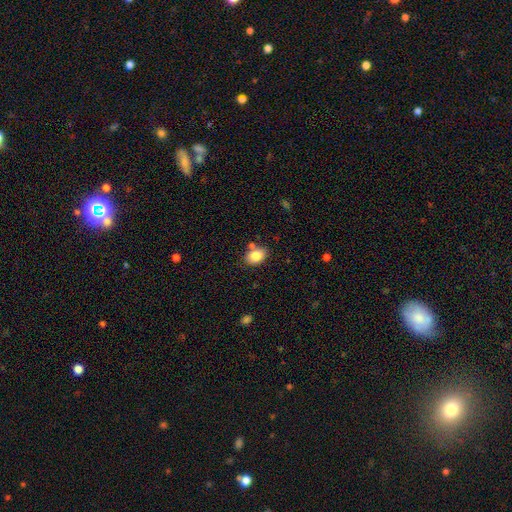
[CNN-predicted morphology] The model was most divided on "how rounded": in between: 76%, round: 23%, cigar-shaped: 1%. More confident: smooth or featured — smooth (84%); merging — none (73%).